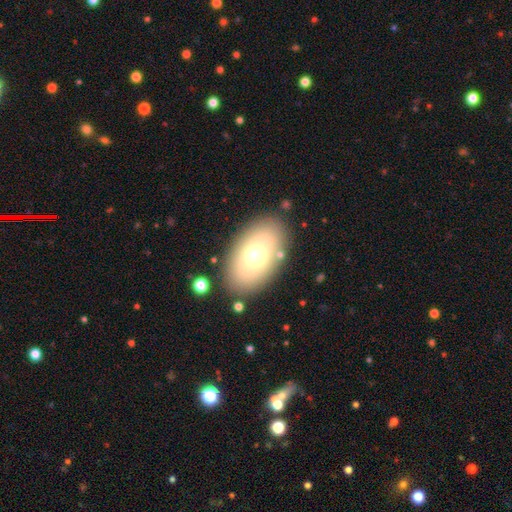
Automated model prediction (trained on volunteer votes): This appears to be a smooth galaxy with no disk features (69%) that is in between round and cigar-shaped (90%). Merging: none (84%).